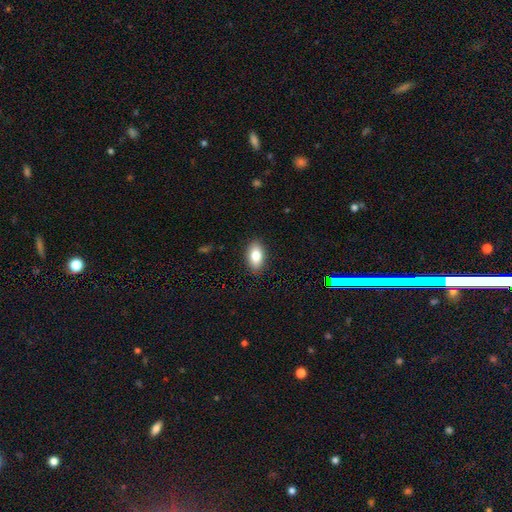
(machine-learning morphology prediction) A smooth galaxy with no disk features (81%) that is in between round and cigar-shaped (91%). Merging: none (89%).